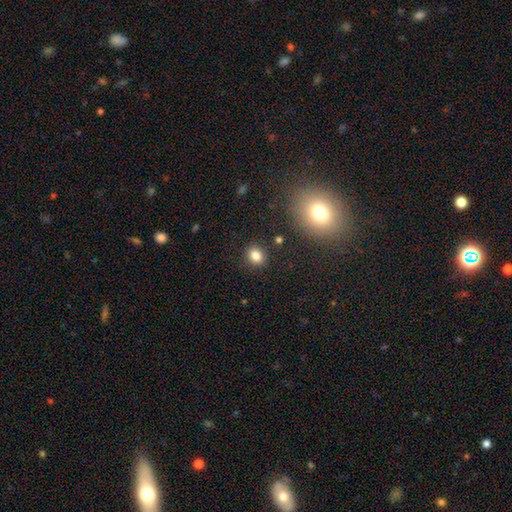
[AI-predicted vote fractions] smooth_or_featured: smooth (p=0.83) [alt: star or artifact p=0.12]
how_rounded: round (p=0.56) [alt: in between p=0.43]
merging: none (p=0.87) [alt: minor disturbance p=0.09]